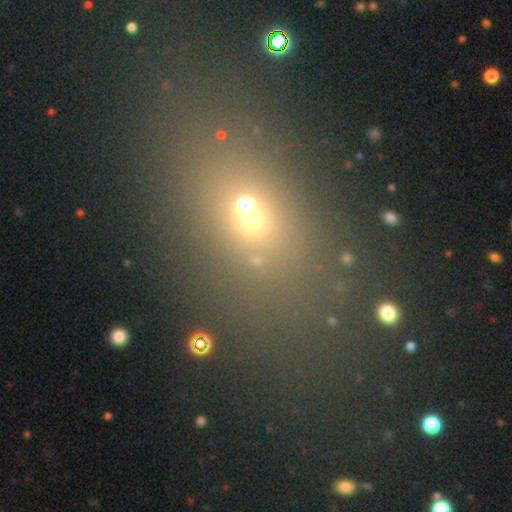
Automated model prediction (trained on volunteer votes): smooth_or_featured: smooth (p=0.47) [alt: star or artifact p=0.38]
merging: none (p=0.66) [alt: minor disturbance p=0.13]